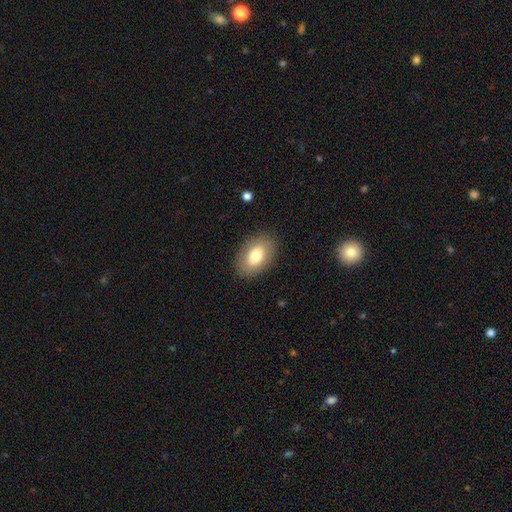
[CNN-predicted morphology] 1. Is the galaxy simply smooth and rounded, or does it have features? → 74% smooth, 19% featured or disk, 7% star or artifact.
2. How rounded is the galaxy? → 90% in between, 9% round, 1% cigar-shaped.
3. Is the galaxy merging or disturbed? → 86% none, 10% minor disturbance, 3% major disturbance, 1% merger.